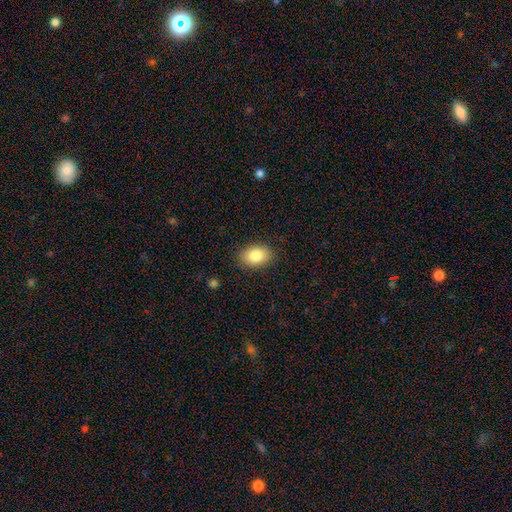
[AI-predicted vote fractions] Smooth or featured?
  - smooth: 83% *
  - featured or disk: 9%
  - star or artifact: 8%
How rounded?
  - in between: 83% *
  - round: 16%
  - cigar-shaped: 1%
Merging?
  - none: 87% *
  - minor disturbance: 9%
  - major disturbance: 2%
  - merger: 1%